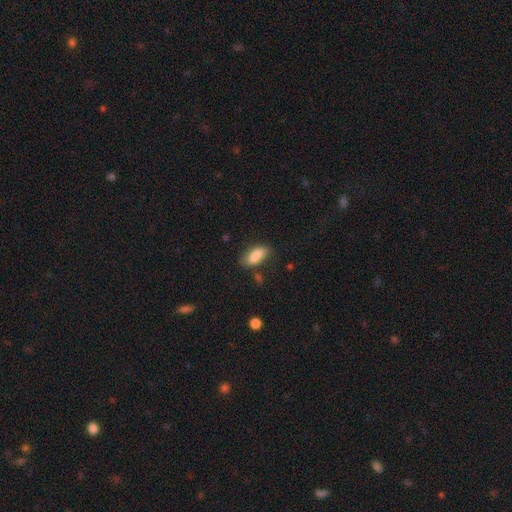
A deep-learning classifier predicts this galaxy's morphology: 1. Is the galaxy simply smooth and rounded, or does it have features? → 85% smooth, 8% featured or disk, 7% star or artifact.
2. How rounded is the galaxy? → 82% in between, 15% cigar-shaped, 3% round.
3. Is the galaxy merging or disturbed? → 70% none, 21% minor disturbance, 6% major disturbance, 3% merger.